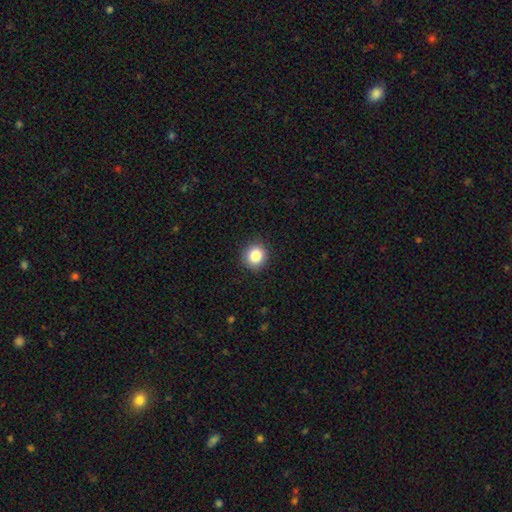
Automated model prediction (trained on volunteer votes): The model was most divided on "smooth or featured": smooth: 84%, star or artifact: 10%, featured or disk: 5%. More confident: merging — none (91%); how rounded — round (90%).